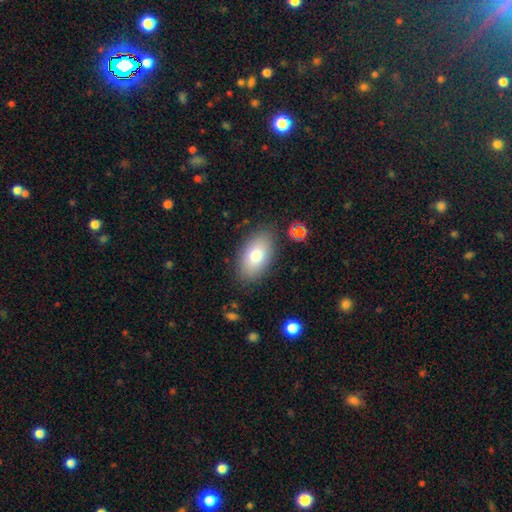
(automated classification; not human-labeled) Smooth or featured: smooth — 77% (featured or disk — 15%)
How rounded: in between — 92% (round — 6%)
Merging: none — 84% (minor disturbance — 10%)